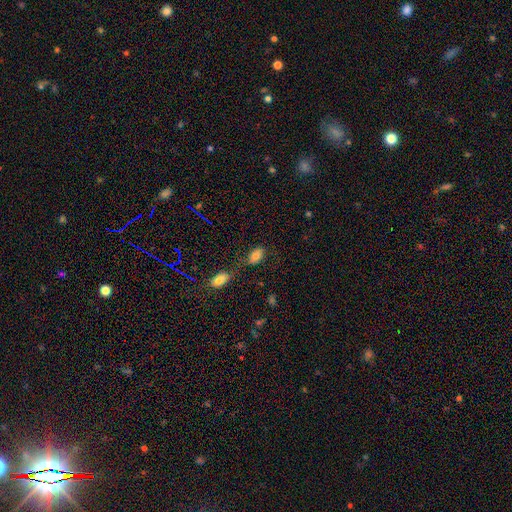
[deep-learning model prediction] This appears to be a smooth galaxy with no disk features (79%) that is in between round and cigar-shaped (89%). Merging: none (60%).